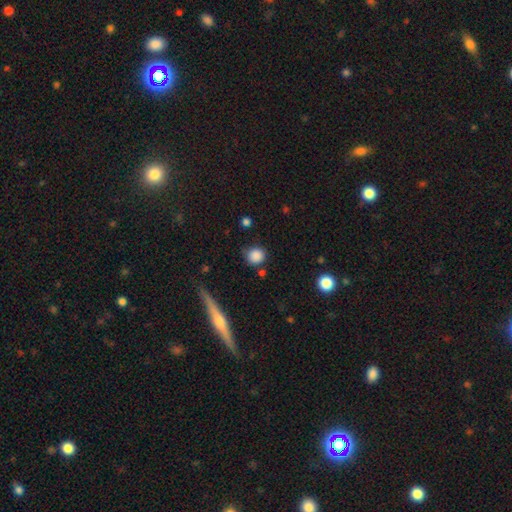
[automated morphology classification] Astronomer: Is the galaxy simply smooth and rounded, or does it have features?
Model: smooth — 86%.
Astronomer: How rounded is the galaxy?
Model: round — 87%.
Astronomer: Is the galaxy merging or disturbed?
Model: none — 78%.